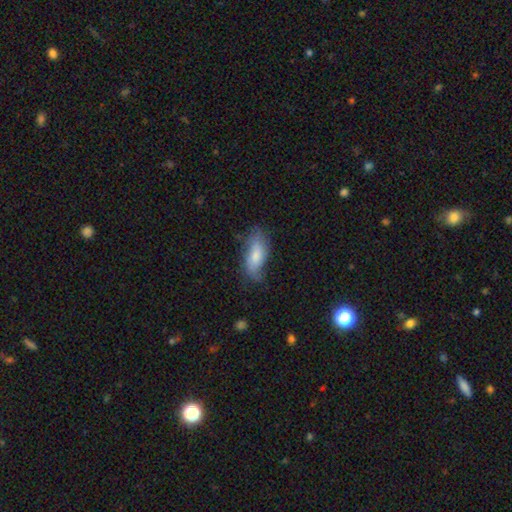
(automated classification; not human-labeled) Q: Smooth or featured?
A: smooth (67%); runner-up: featured or disk (26%)
Q: How rounded?
A: in between (82%); runner-up: cigar-shaped (15%)
Q: Merging?
A: none (57%); runner-up: minor disturbance (30%)